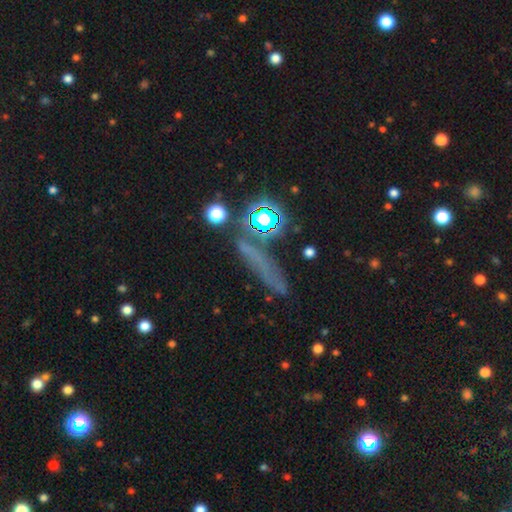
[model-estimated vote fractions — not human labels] smooth-or-featured: star or artifact: 48% | smooth: 36% | featured or disk: 16%